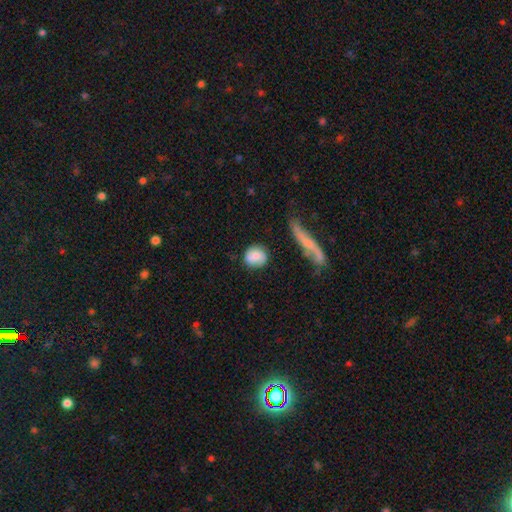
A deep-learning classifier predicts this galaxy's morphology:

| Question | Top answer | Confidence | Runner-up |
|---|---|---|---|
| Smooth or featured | smooth | 63% | featured or disk (30%) |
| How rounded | round | 78% | in between (20%) |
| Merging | none | 74% | minor disturbance (17%) |